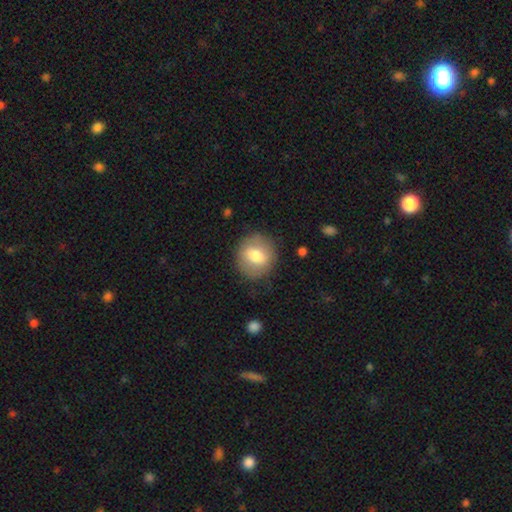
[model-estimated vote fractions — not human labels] This is likely a smooth galaxy (69%). How rounded: clearly round (82%). Merging: clearly none (83%).